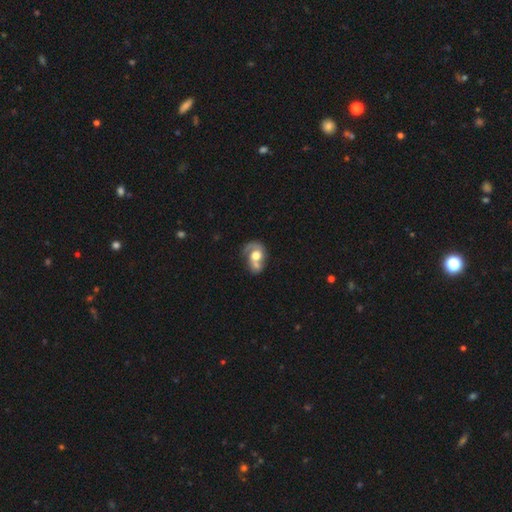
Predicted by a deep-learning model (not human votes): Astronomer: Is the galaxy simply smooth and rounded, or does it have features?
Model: featured or disk — 63%.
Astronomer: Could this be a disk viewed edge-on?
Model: no — 97%.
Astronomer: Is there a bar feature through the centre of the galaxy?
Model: no — 73%.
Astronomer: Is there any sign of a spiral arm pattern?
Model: yes — 78%.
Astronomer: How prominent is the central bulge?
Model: moderate — 50% (runner-up: large, 38%).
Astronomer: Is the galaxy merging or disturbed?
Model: merger — 44% (runner-up: none, 26%).